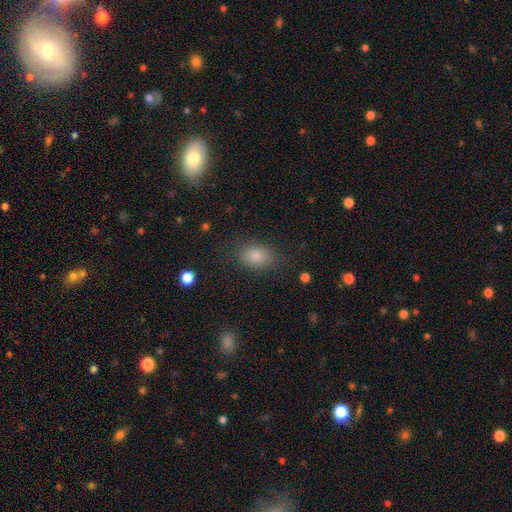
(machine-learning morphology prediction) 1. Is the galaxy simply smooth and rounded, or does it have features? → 79% smooth, 12% star or artifact, 8% featured or disk.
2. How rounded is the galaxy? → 81% in between, 17% round, 2% cigar-shaped.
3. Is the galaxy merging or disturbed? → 82% none, 12% minor disturbance, 4% major disturbance, 1% merger.